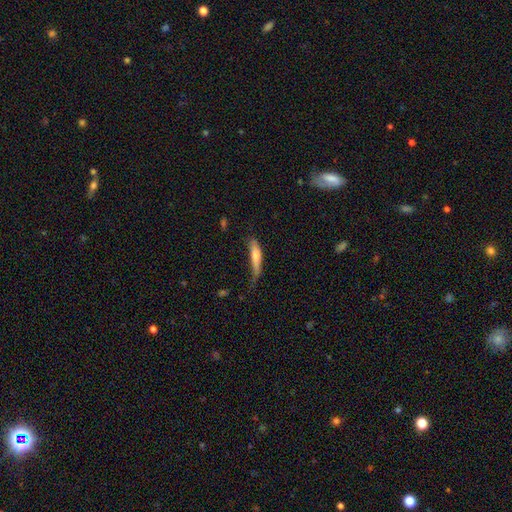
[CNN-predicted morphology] Q: Smooth or featured?
A: smooth (72%); runner-up: featured or disk (22%)
Q: How rounded?
A: cigar-shaped (79%); runner-up: in between (19%)
Q: Merging?
A: none (40%); runner-up: minor disturbance (39%)